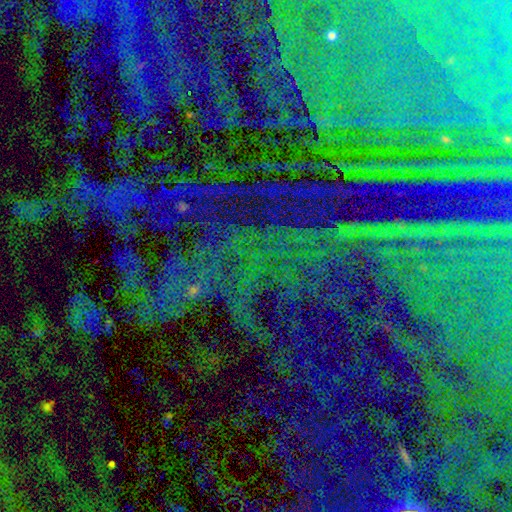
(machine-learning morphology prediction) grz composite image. It shows a star or artifact, not a galaxy (84%).